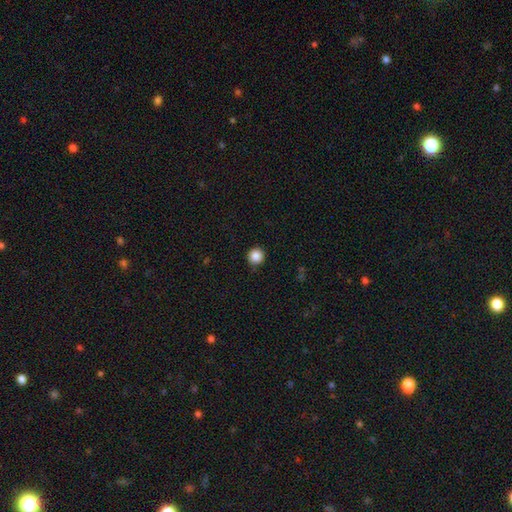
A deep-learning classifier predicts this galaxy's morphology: smooth-or-featured: smooth: 87% | star or artifact: 10% | featured or disk: 4%
  how-rounded: round: 96% | in between: 3% | cigar-shaped: 1%
  merging: none: 92% | minor disturbance: 6% | major disturbance: 2% | merger: 1%